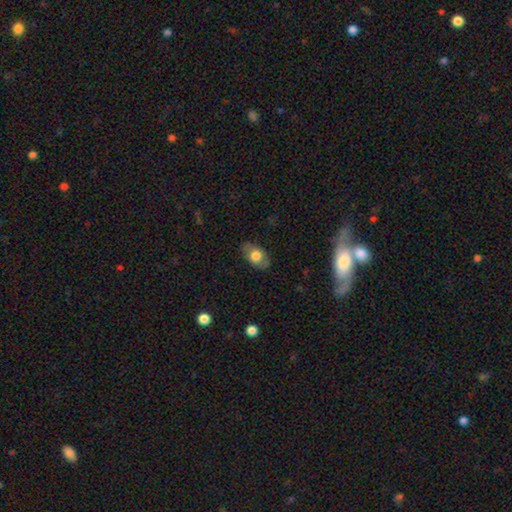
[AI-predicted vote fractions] smooth 70%, featured or disk 23%, star or artifact 7%. Down the decision tree: how rounded — in between (87%); merging — none (81%).